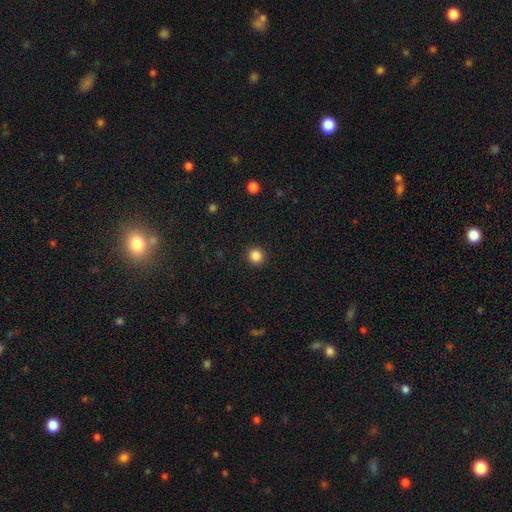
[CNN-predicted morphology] Overall: smooth (86%). How rounded: round (92%). Merging: none (92%).